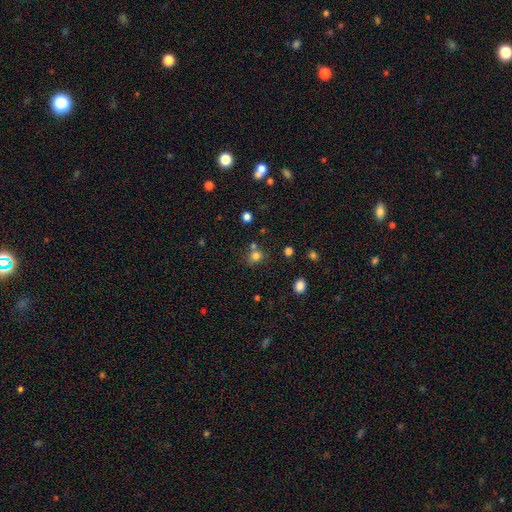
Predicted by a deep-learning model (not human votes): A smooth galaxy with no disk features (77%) that is round (73%). Merging: none (61%).